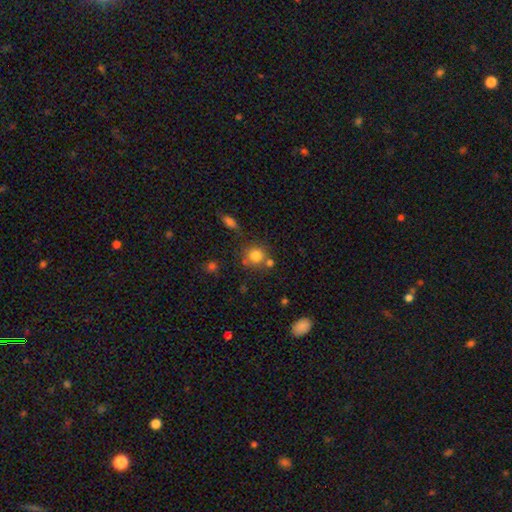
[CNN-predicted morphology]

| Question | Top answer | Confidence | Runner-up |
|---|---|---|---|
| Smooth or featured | smooth | 79% | star or artifact (12%) |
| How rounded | round | 86% | in between (12%) |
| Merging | none | 64% | merger (18%) |